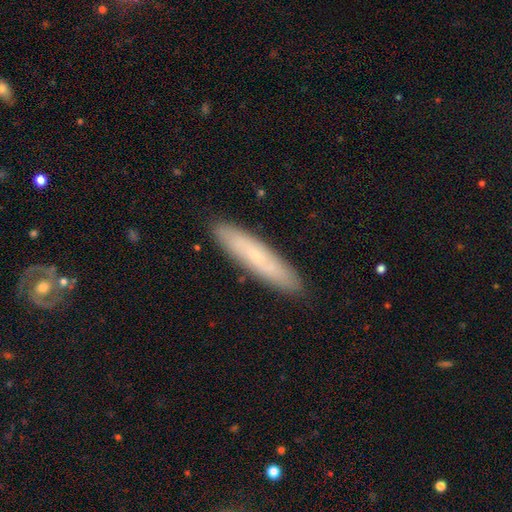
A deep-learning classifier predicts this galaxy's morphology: Overall: smooth (56%; featured or disk 37%). How rounded: cigar-shaped (86%). Merging: none (89%).